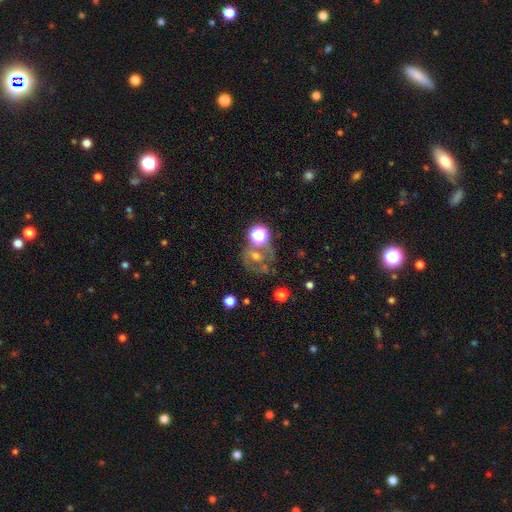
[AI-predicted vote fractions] smooth 39%, featured or disk 38%, star or artifact 23%. Down the decision tree: merging — none (48%).